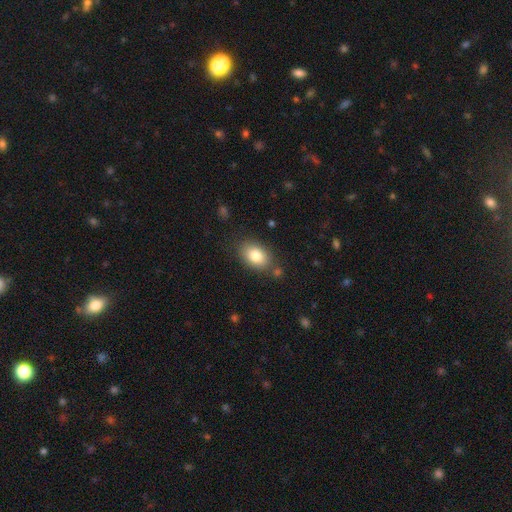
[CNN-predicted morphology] Overall: smooth (82%). How rounded: in between (82%). Merging: none (78%).